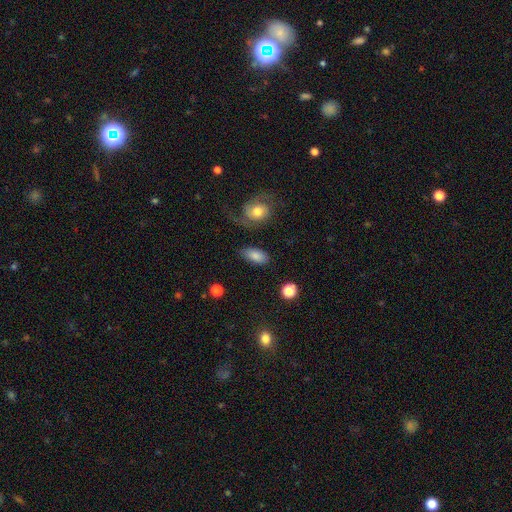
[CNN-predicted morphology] A smooth galaxy with no disk features (81%) that is in between round and cigar-shaped (91%). Merging: none (78%).